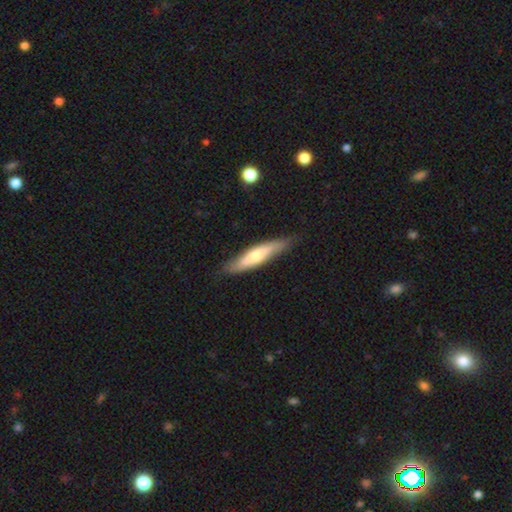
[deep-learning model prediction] smooth 54%, featured or disk 41%, star or artifact 5%. Down the decision tree: how rounded — cigar-shaped (81%); merging — none (80%).